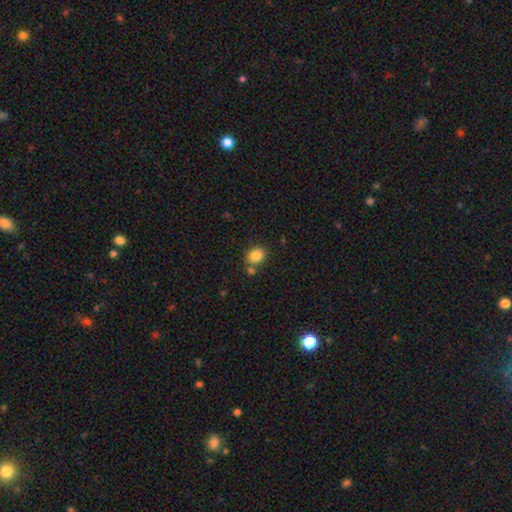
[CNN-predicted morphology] The model was most divided on "how rounded": round: 55%, in between: 44%, cigar-shaped: 1%. More confident: smooth or featured — smooth (85%); merging — none (69%).